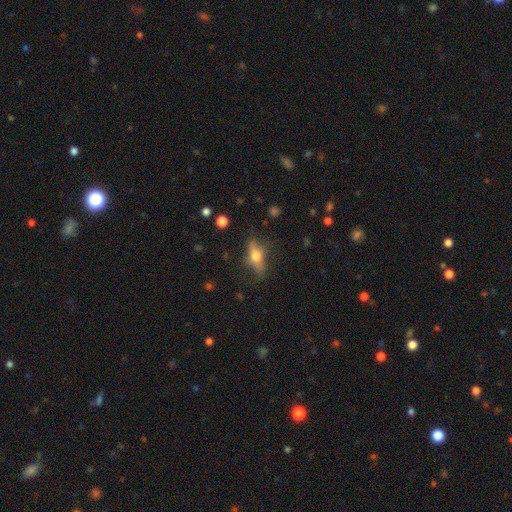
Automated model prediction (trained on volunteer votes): This appears to be a smooth galaxy with no disk features (47%). Merging: none (70%).